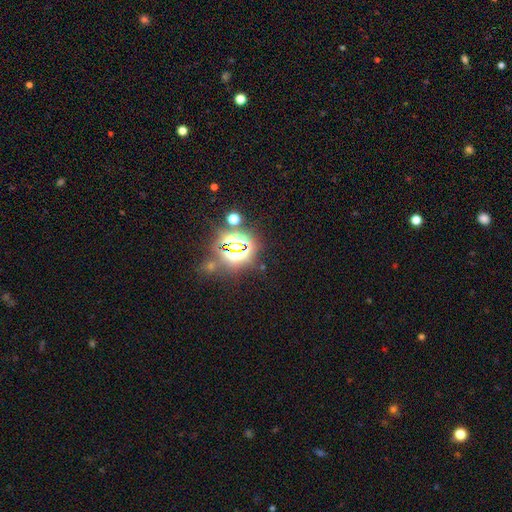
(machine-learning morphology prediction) Smooth or featured? Predicted: star or artifact (p=0.80).